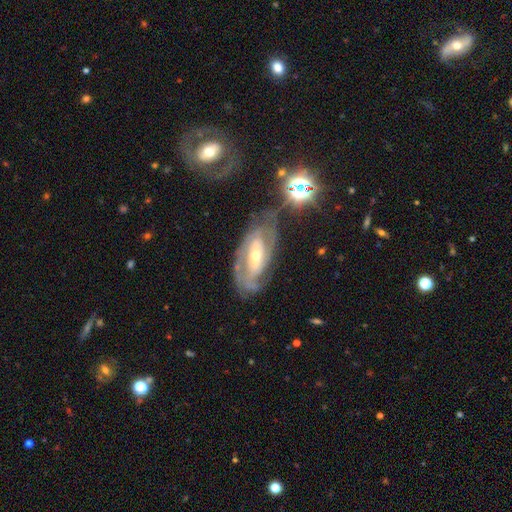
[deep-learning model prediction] Smooth or featured: featured or disk — 80% (smooth — 12%)
Edge-on disk: no — 92% (yes — 8%)
Bar: no — 40% (weak — 33%)
Spiral arms: yes — 84% (no — 16%)
Spiral winding: tight — 56% (medium — 33%)
Spiral arm count: 2 — 43% (can't tell — 36%)
Bulge size: small — 55% (moderate — 41%)
Merging: none — 62% (minor disturbance — 20%)